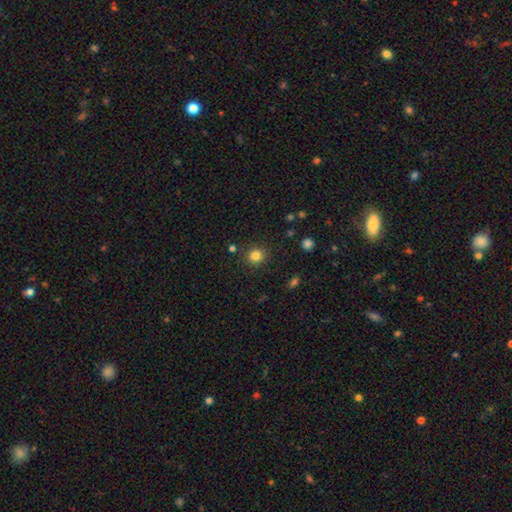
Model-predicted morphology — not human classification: Smooth or featured? Predicted: smooth (p=0.82). How rounded? Predicted: round (p=0.90). Merging? Predicted: none (p=0.88).